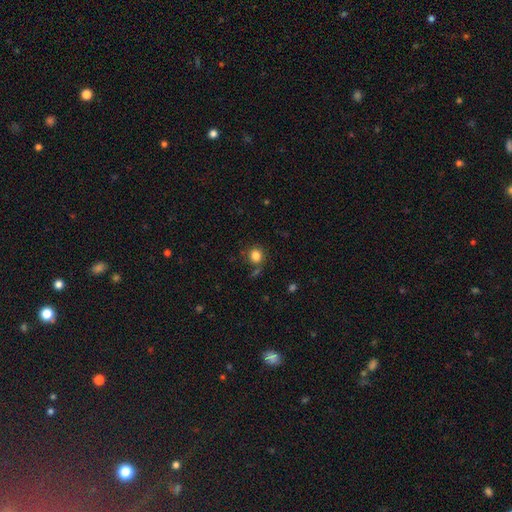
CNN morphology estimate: Q: Smooth or featured?
A: smooth (83%); runner-up: star or artifact (12%)
Q: How rounded?
A: round (84%); runner-up: in between (15%)
Q: Merging?
A: none (77%); runner-up: minor disturbance (12%)